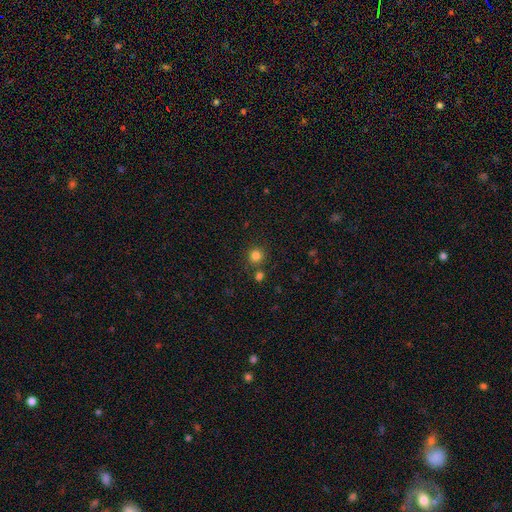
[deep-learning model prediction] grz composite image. It shows a smooth galaxy with no disk features (82%) that is round (93%). Merging: none (82%).